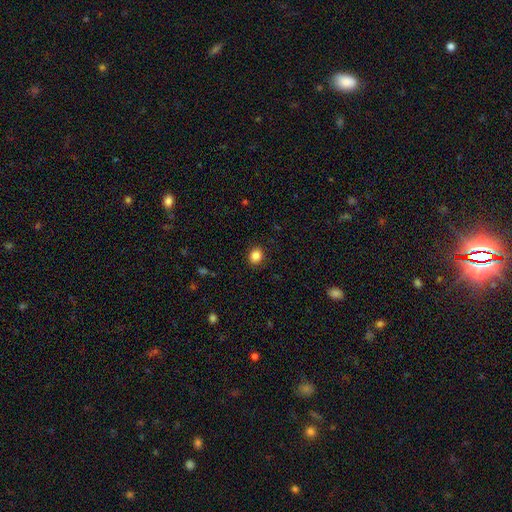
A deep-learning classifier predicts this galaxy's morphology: The model was most divided on "how rounded": round: 60%, in between: 39%, cigar-shaped: 1%. More confident: merging — none (89%); smooth or featured — smooth (86%).